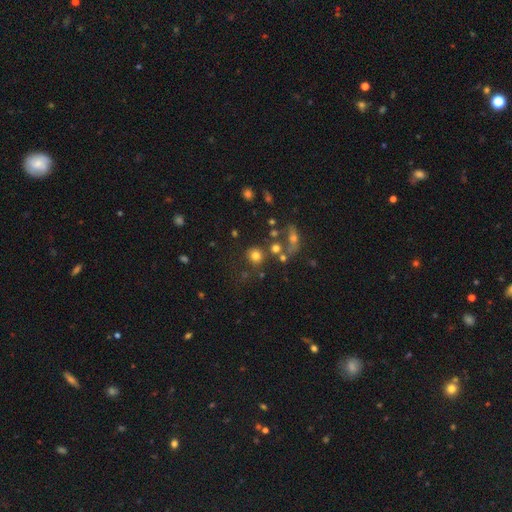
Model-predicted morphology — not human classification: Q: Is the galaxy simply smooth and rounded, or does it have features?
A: smooth — 74%.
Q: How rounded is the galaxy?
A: round — 89%.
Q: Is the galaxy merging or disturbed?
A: none — 70%.